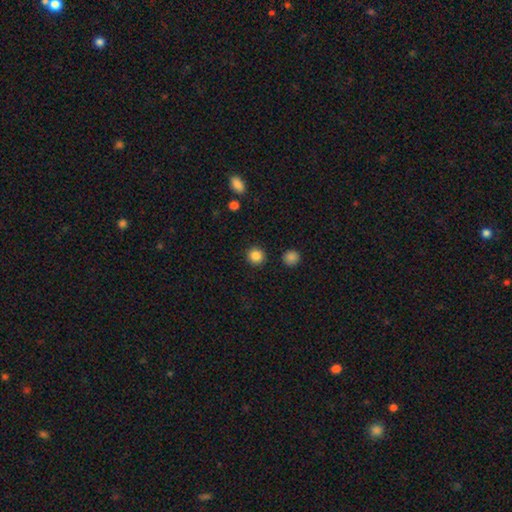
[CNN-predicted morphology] smooth 86%, star or artifact 10%, featured or disk 3%. Down the decision tree: how rounded — round (94%); merging — none (91%).